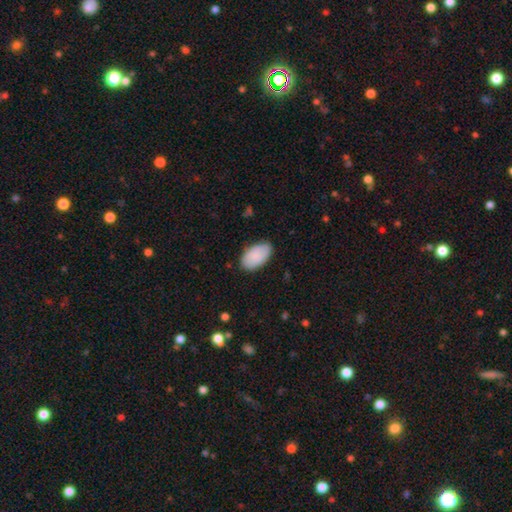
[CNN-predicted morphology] Smooth or featured?
  - smooth: 87% *
  - featured or disk: 7%
  - star or artifact: 6%
How rounded?
  - in between: 95% *
  - round: 3%
  - cigar-shaped: 1%
Merging?
  - none: 81% *
  - minor disturbance: 15%
  - major disturbance: 3%
  - merger: 1%